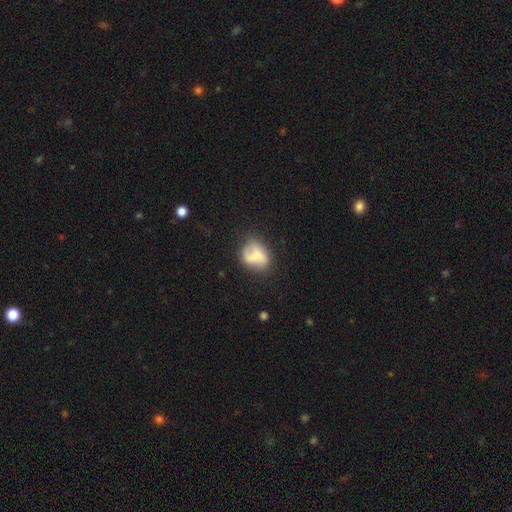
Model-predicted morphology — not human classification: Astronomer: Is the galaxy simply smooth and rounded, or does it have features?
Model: smooth — 59%.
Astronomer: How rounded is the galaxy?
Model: in between — 55% (runner-up: round, 44%).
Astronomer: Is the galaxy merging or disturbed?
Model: none — 50% (runner-up: minor disturbance, 29%).